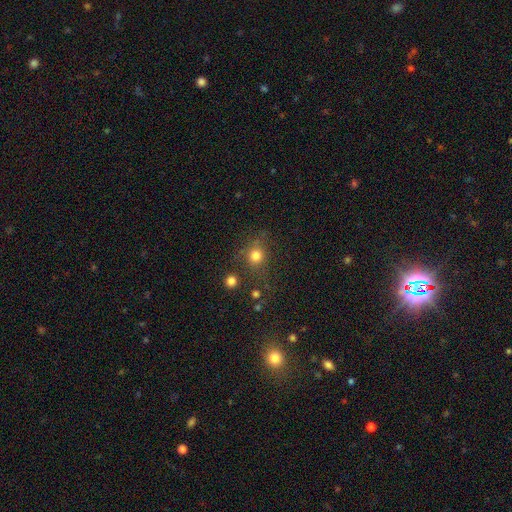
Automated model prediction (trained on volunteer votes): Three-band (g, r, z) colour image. It shows a smooth galaxy with no disk features (78%) that is round (87%). Merging: none (70%).